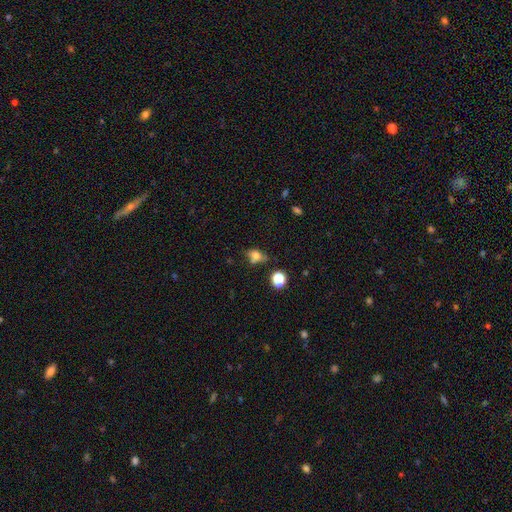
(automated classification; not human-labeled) The model was most divided on "how rounded": in between: 59%, round: 37%, cigar-shaped: 4%. Remaining: smooth or featured — smooth (65%); merging — none (50%).